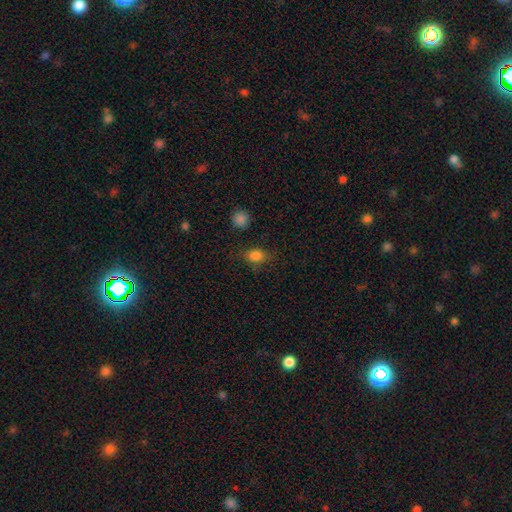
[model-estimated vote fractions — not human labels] smooth-or-featured: smooth: 82% | star or artifact: 12% | featured or disk: 6%
  how-rounded: in between: 60% | round: 38% | cigar-shaped: 2%
  merging: none: 76% | minor disturbance: 17% | major disturbance: 5% | merger: 2%